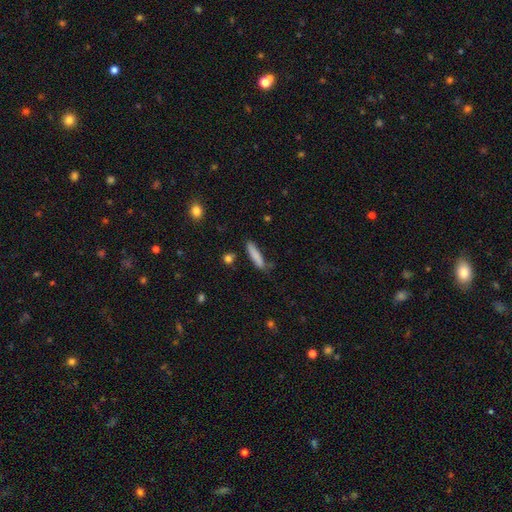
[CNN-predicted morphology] Smooth or featured? Predicted: smooth (p=0.83). How rounded? Predicted: cigar-shaped (p=0.82). Merging? Predicted: none (p=0.74).